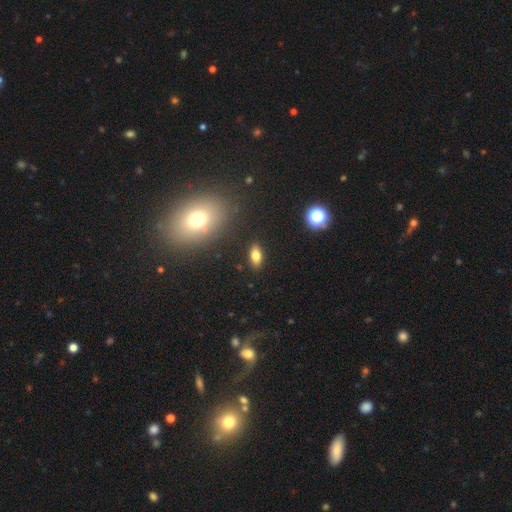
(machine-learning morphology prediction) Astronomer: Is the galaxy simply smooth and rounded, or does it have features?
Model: smooth — 75%.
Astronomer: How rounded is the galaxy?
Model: in between — 85%.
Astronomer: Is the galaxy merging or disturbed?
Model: none — 87%.